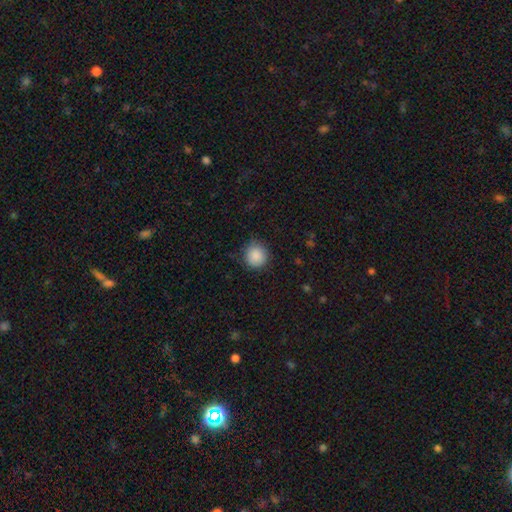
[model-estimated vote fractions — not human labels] Smooth or featured: smooth — 88% (star or artifact — 8%)
How rounded: round — 92% (in between — 7%)
Merging: none — 84% (minor disturbance — 12%)